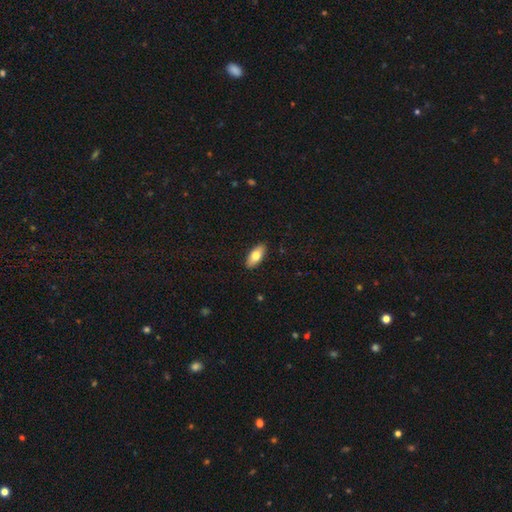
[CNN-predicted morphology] smooth_or_featured: smooth (p=0.74) [alt: featured or disk p=0.20]
how_rounded: in between (p=0.85) [alt: cigar-shaped p=0.13]
merging: none (p=0.90) [alt: minor disturbance p=0.07]